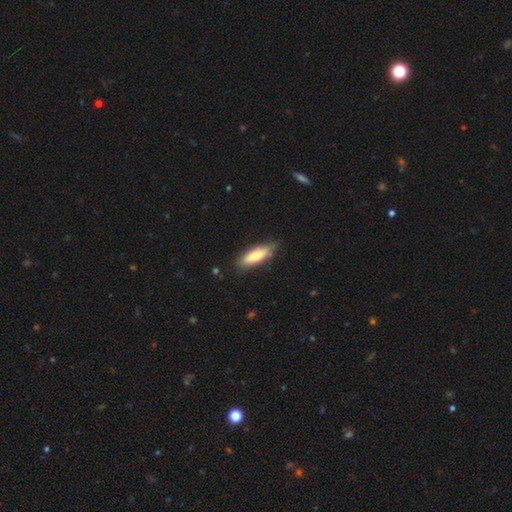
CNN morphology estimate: Smooth or featured: smooth — 78% (featured or disk — 17%)
How rounded: in between — 51% (cigar-shaped — 48%)
Merging: none — 79% (minor disturbance — 17%)